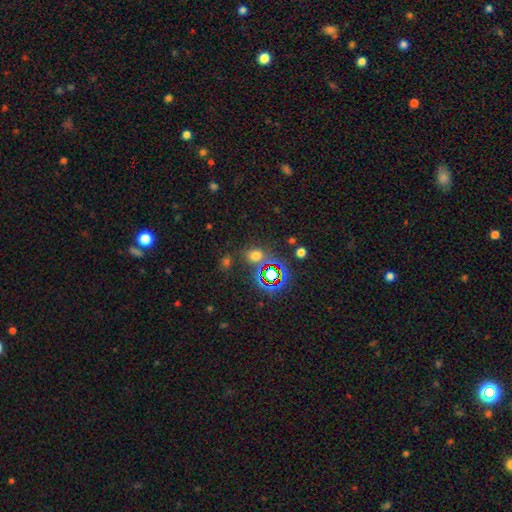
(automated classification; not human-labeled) smooth-or-featured: smooth: 56% | star or artifact: 36% | featured or disk: 8%
  how-rounded: round: 52% | in between: 46% | cigar-shaped: 2%
  merging: none: 73% | minor disturbance: 12% | merger: 9% | major disturbance: 6%